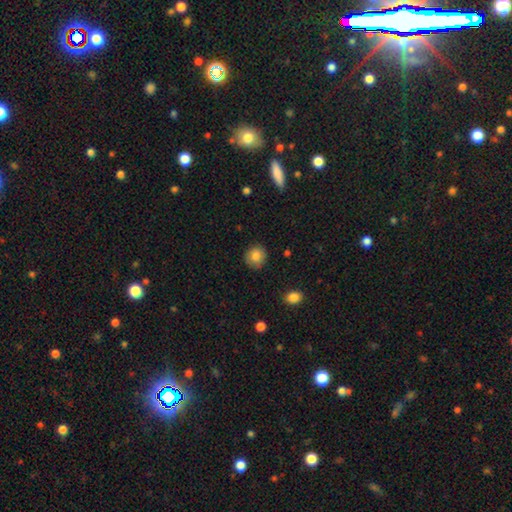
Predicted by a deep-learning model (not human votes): Q: Smooth or featured?
A: smooth (83%); runner-up: star or artifact (9%)
Q: How rounded?
A: round (87%); runner-up: in between (12%)
Q: Merging?
A: none (87%); runner-up: minor disturbance (10%)